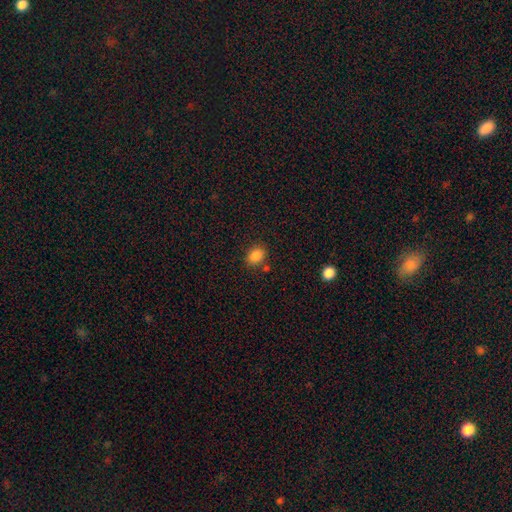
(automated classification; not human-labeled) Smooth or featured: smooth — 85% (star or artifact — 10%)
How rounded: in between — 66% (round — 33%)
Merging: none — 77% (minor disturbance — 13%)